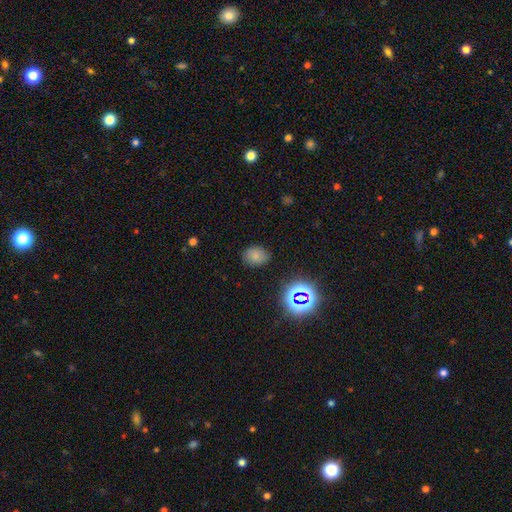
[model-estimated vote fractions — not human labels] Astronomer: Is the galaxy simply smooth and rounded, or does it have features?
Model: smooth — 73%.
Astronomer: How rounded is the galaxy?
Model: in between — 55% (runner-up: round, 44%).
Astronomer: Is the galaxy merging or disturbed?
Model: none — 81%.